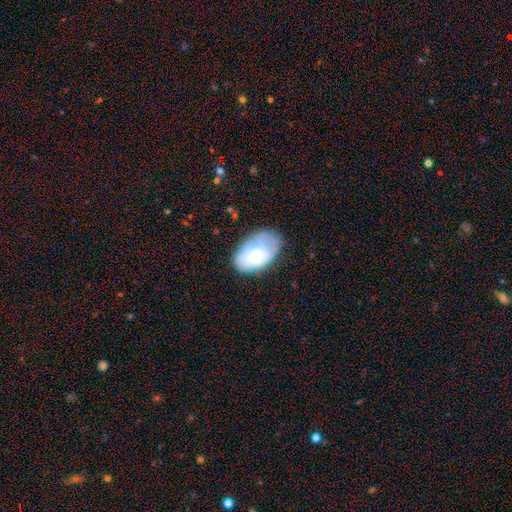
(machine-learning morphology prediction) This is possibly a smooth galaxy (54%). How rounded: clearly in between (88%). Merging: possibly none (55%).